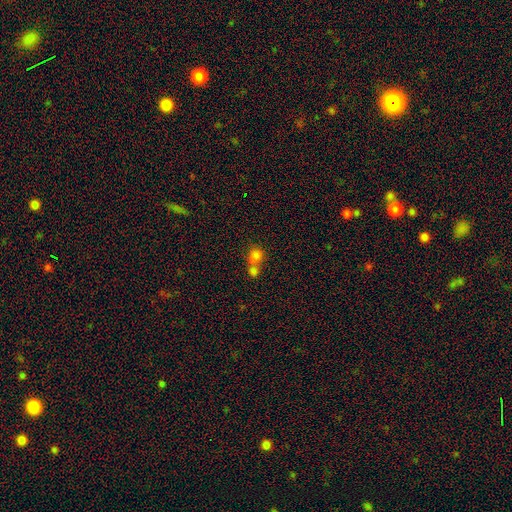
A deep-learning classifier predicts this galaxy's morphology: Smooth or featured: smooth — 77% (star or artifact — 12%)
How rounded: round — 66% (in between — 33%)
Merging: merger — 65% (none — 26%)